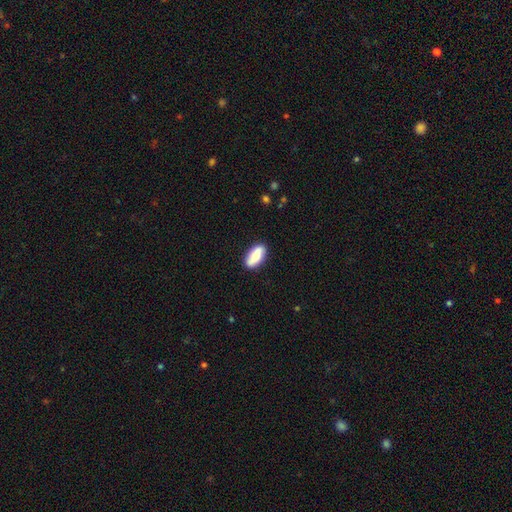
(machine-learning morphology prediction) smooth_or_featured: smooth (p=0.76) [alt: featured or disk p=0.18]
how_rounded: in between (p=0.84) [alt: cigar-shaped p=0.13]
merging: none (p=0.84) [alt: minor disturbance p=0.12]